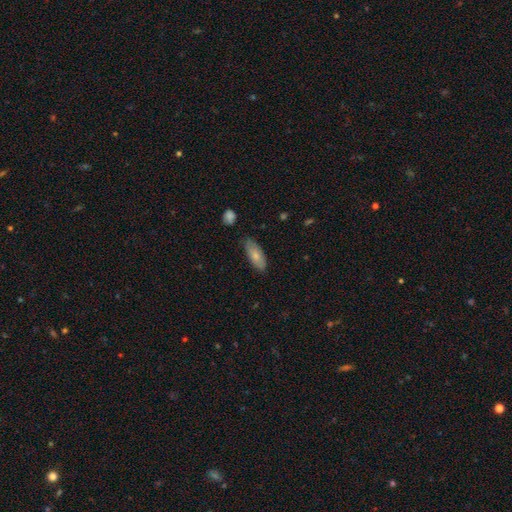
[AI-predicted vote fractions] smooth_or_featured: smooth (p=0.76) [alt: featured or disk p=0.18]
how_rounded: in between (p=0.81) [alt: cigar-shaped p=0.17]
merging: none (p=0.75) [alt: minor disturbance p=0.20]